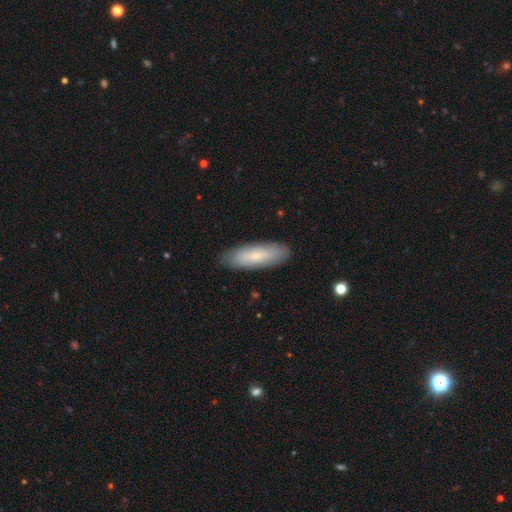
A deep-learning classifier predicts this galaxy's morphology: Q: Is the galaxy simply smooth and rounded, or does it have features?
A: smooth — 70%.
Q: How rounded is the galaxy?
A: in between — 54%.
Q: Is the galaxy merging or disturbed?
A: none — 87%.